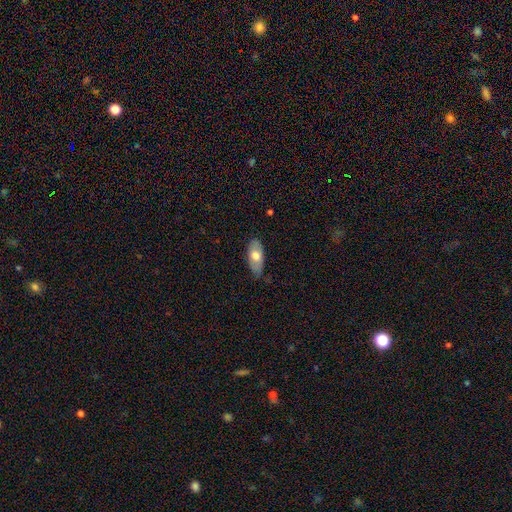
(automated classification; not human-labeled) Smooth or featured? Predicted: smooth (p=0.65). How rounded? Predicted: in between (p=0.89). Merging? Predicted: none (p=0.73).